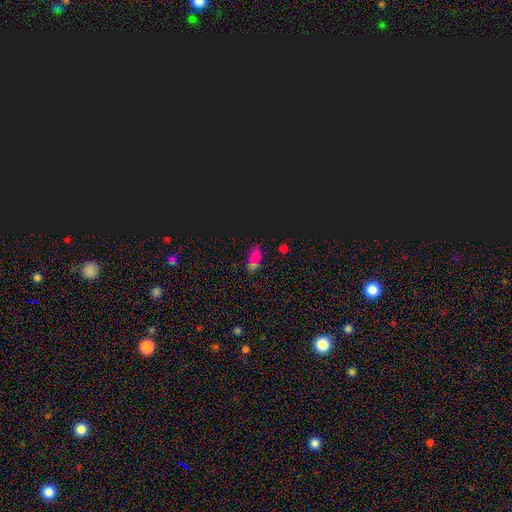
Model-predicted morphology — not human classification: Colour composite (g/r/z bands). It shows a star or artifact, not a galaxy (45%).